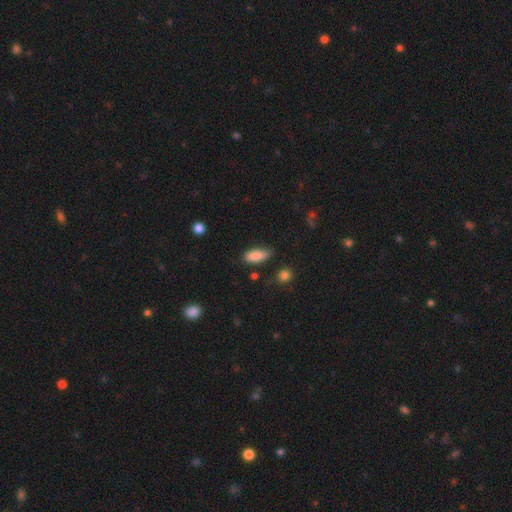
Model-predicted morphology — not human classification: type=smooth (86%); roundness=in between (80%); merging=none (69%).